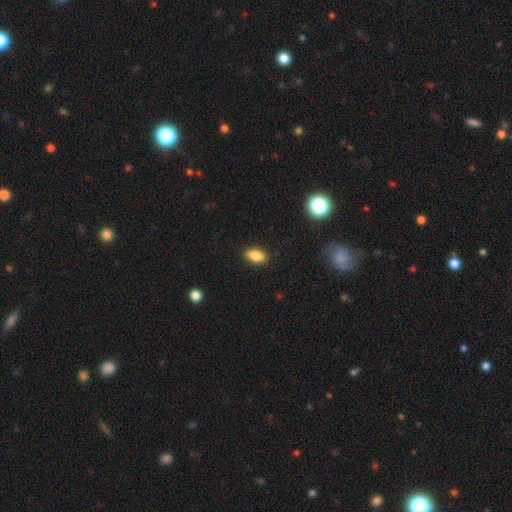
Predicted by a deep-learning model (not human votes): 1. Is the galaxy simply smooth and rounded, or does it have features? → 85% smooth, 8% star or artifact, 7% featured or disk.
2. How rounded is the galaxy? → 89% in between, 6% cigar-shaped, 5% round.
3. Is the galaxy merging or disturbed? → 89% none, 8% minor disturbance, 2% major disturbance, 1% merger.